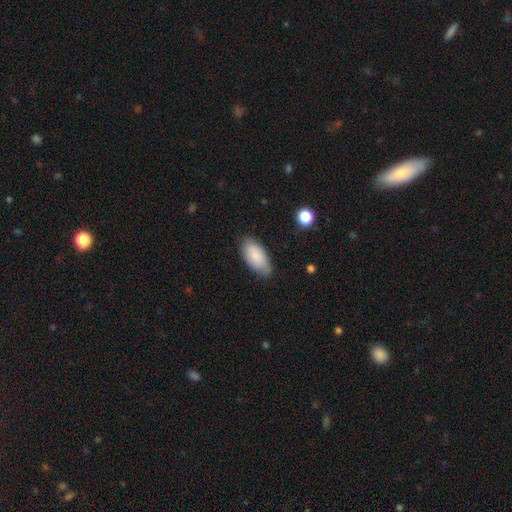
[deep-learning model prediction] Q: Smooth or featured?
A: smooth (84%); runner-up: featured or disk (10%)
Q: How rounded?
A: in between (92%); runner-up: cigar-shaped (6%)
Q: Merging?
A: none (75%); runner-up: minor disturbance (21%)